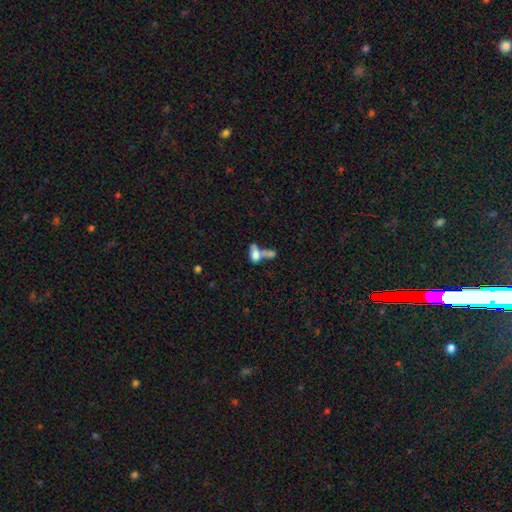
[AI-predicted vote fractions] smooth 64%, featured or disk 24%, star or artifact 11%. Down the decision tree: how rounded — in between (76%); merging — merger (61%).